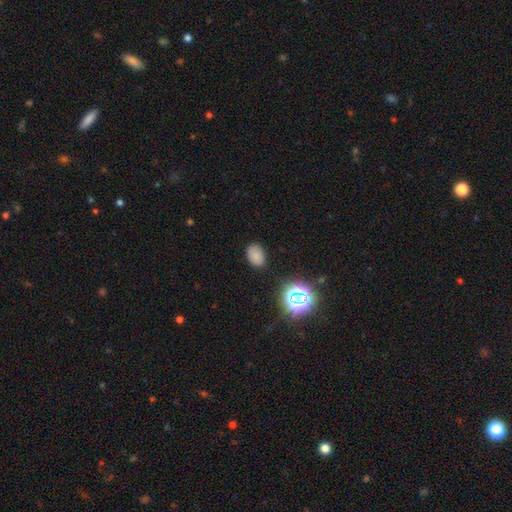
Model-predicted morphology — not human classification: smooth 77%, star or artifact 17%, featured or disk 6%. Down the decision tree: how rounded — in between (83%); merging — none (84%).